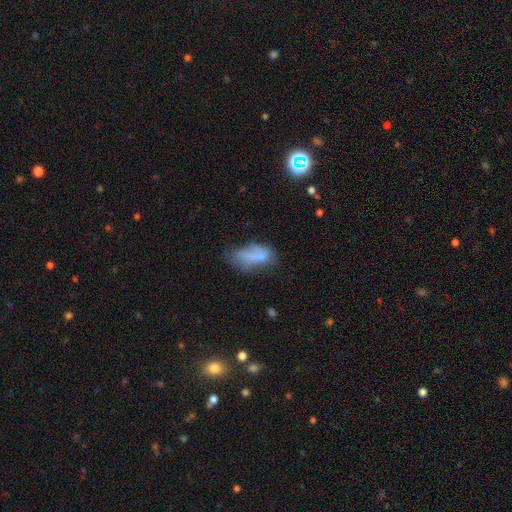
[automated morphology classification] Smooth or featured?
  - smooth: 66% *
  - featured or disk: 23%
  - star or artifact: 11%
How rounded?
  - in between: 88% *
  - cigar-shaped: 6%
  - round: 5%
Merging?
  - none: 35% *
  - minor disturbance: 29%
  - major disturbance: 22%
  - merger: 14%